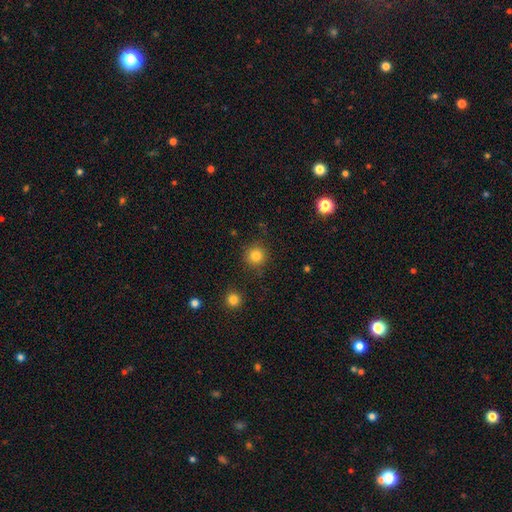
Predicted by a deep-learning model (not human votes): Morphology: type=smooth (83%); roundness=round (94%); merging=none (87%).